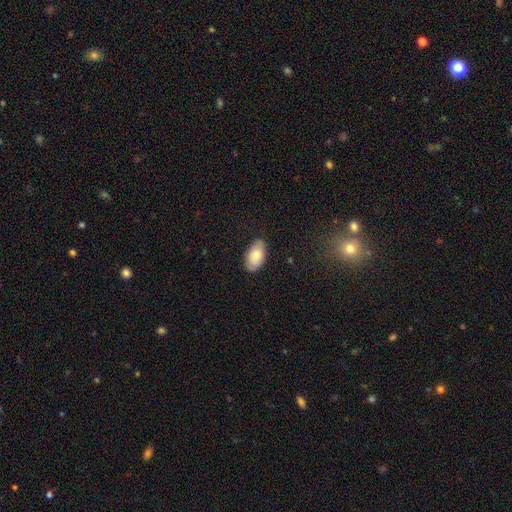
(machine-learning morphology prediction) The model was most divided on "smooth or featured": smooth: 79%, featured or disk: 15%, star or artifact: 6%. More confident: how rounded — in between (95%); merging — none (81%).